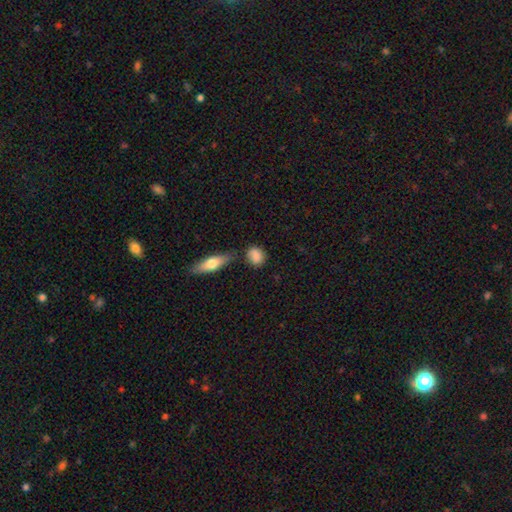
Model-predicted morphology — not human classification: The model was most divided on "how rounded": round: 51%, in between: 44%, cigar-shaped: 5%. More confident: smooth or featured — smooth (84%); merging — none (64%).